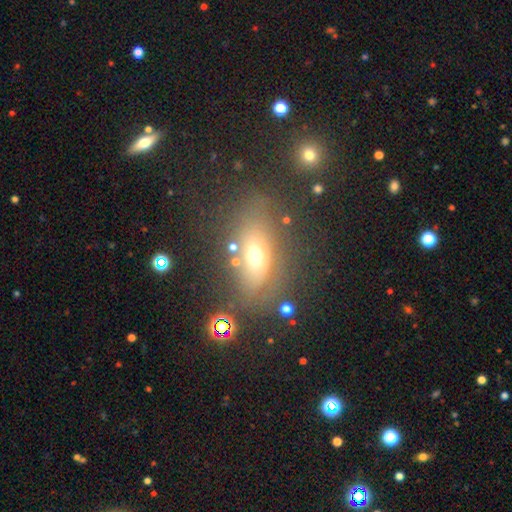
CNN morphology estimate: Smooth or featured? smooth (55%)
How rounded? in between (72%)
Merging? none (70%)